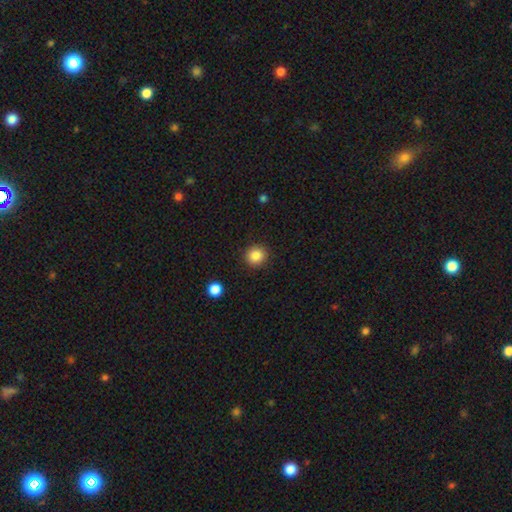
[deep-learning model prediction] smooth_or_featured: smooth (p=0.85) [alt: star or artifact p=0.10]
how_rounded: round (p=0.92) [alt: in between p=0.07]
merging: none (p=0.91) [alt: minor disturbance p=0.06]